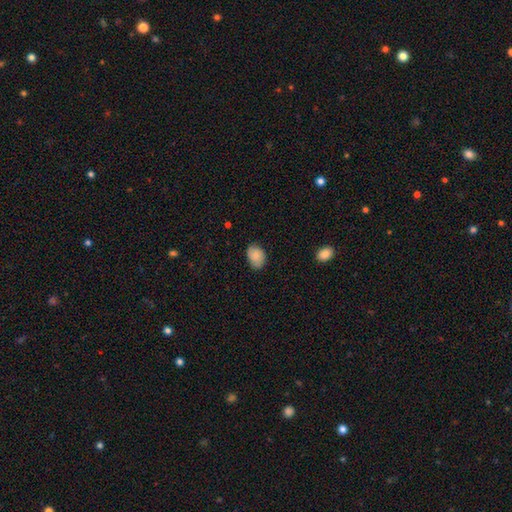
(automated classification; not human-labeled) Smooth or featured? Predicted: smooth (p=0.82). How rounded? Predicted: in between (p=0.74). Merging? Predicted: none (p=0.78).